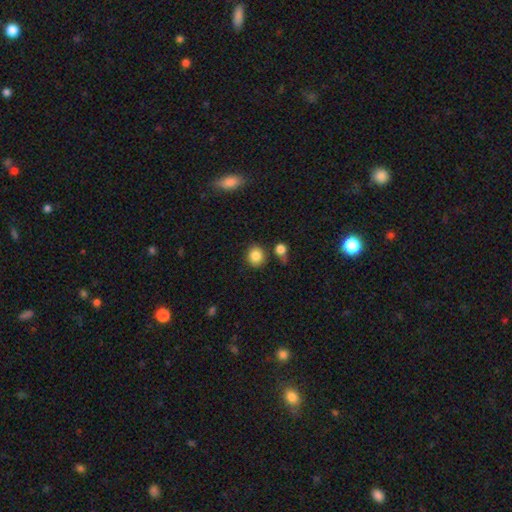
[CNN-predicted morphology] Overall: smooth (85%). How rounded: round (75%). Merging: none (78%).